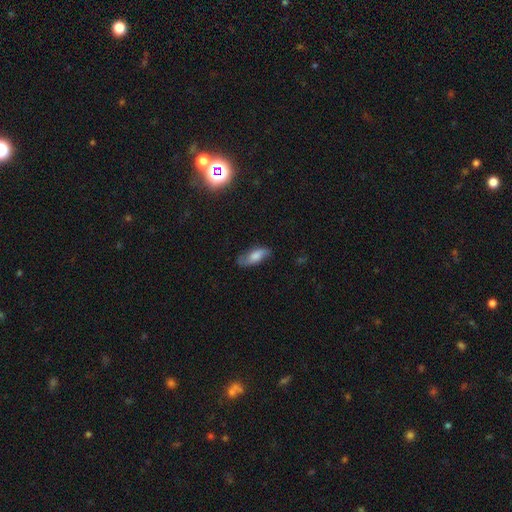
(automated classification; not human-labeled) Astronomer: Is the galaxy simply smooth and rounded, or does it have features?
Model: smooth — 53% (runner-up: featured or disk, 39%).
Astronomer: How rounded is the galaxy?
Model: in between — 77%.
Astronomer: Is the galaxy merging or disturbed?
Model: none — 70%.